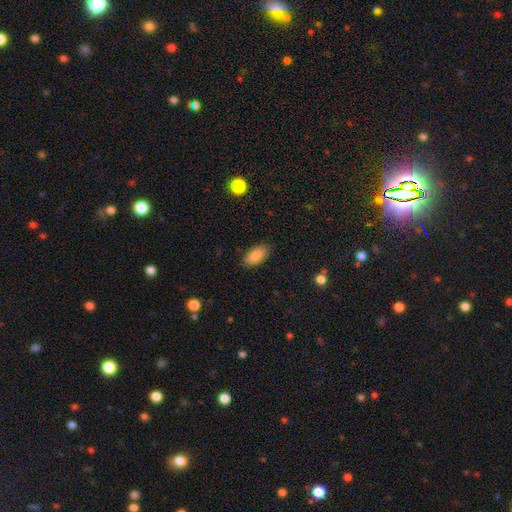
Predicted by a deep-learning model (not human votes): This is clearly a smooth galaxy (87%). How rounded: clearly in between (90%). Merging: clearly none (86%).